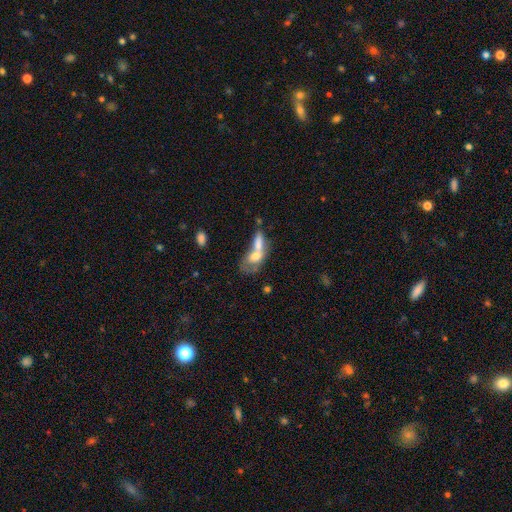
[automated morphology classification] smooth_or_featured: smooth (p=0.61) [alt: featured or disk p=0.30]
how_rounded: in between (p=0.73) [alt: cigar-shaped p=0.14]
merging: merger (p=0.70) [alt: none p=0.13]